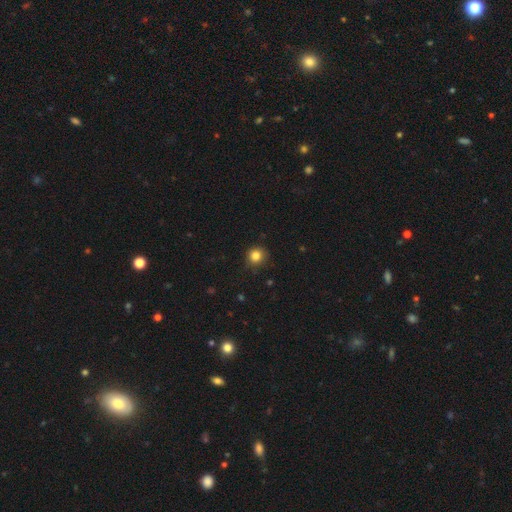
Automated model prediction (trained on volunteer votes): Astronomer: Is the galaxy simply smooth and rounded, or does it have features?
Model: smooth — 84%.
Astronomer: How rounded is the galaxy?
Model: round — 91%.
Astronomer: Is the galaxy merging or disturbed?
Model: none — 85%.